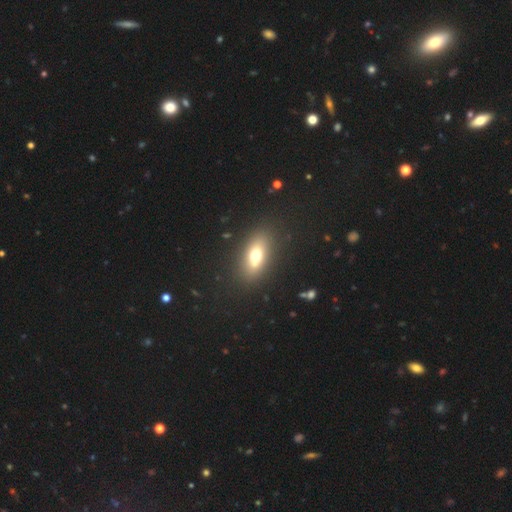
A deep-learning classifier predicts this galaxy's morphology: Smooth or featured? smooth (64%)
How rounded? in between (78%)
Merging? none (78%)